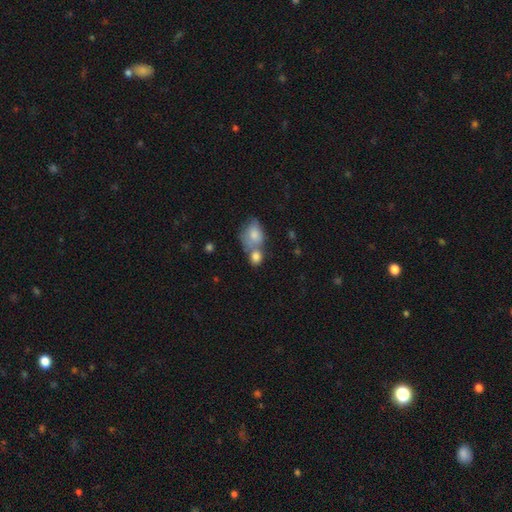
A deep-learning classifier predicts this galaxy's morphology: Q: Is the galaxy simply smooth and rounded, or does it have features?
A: smooth — 80%.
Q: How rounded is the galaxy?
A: round — 52%.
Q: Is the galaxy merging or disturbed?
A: merger — 48%.